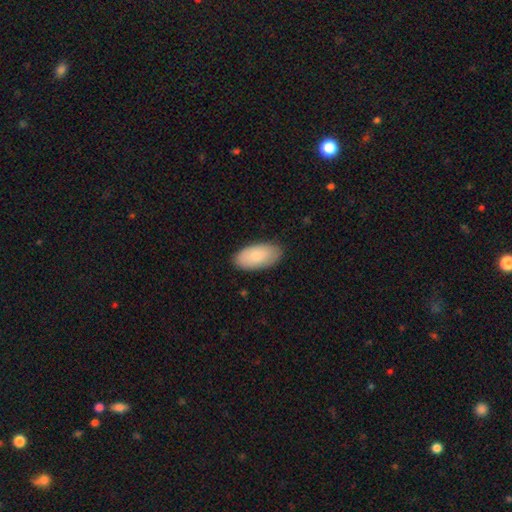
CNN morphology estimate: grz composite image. It shows a smooth galaxy with no disk features (81%) that is in between round and cigar-shaped (95%). Merging: none (85%).